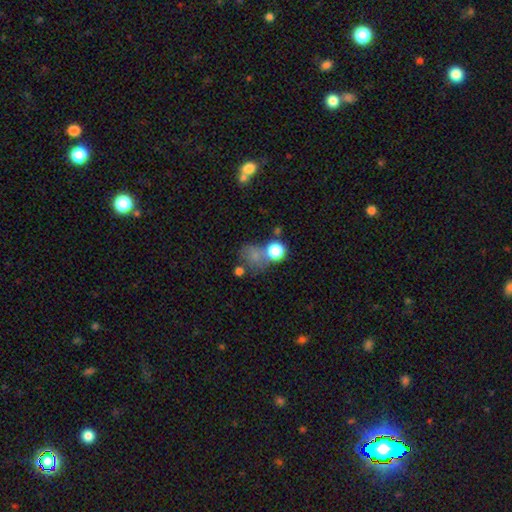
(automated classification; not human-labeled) A smooth galaxy with no disk features (66%) that is round (70%). Merging: none (39%).